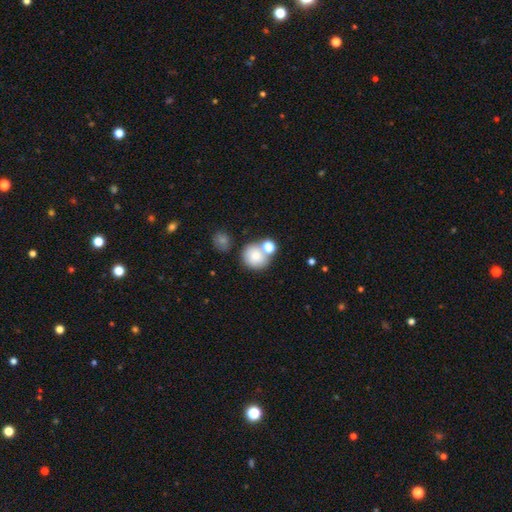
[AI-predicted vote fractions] smooth 78%, featured or disk 11%, star or artifact 11%. Down the decision tree: how rounded — round (85%); merging — none (54%).